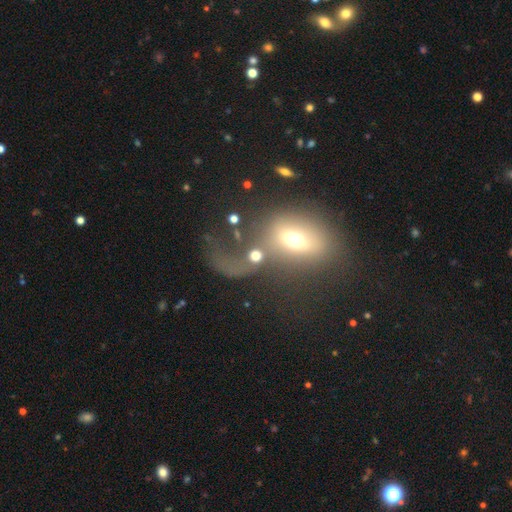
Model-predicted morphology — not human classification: Smooth or featured? smooth (50%)
How rounded? round (57%)
Merging? merger (43%)